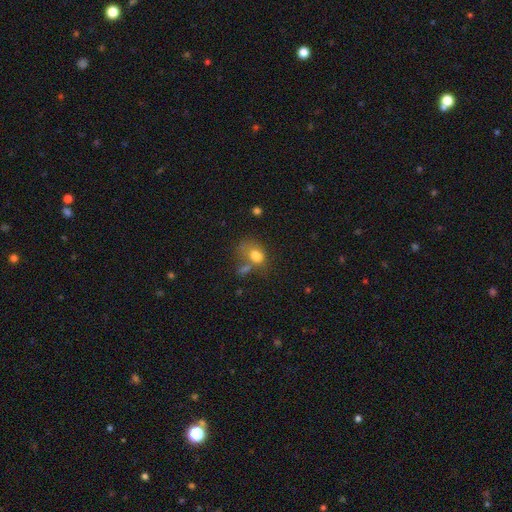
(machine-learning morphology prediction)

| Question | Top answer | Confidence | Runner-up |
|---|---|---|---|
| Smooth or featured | smooth | 76% | featured or disk (14%) |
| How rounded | in between | 69% | round (30%) |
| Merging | none | 32% | merger (28%) |